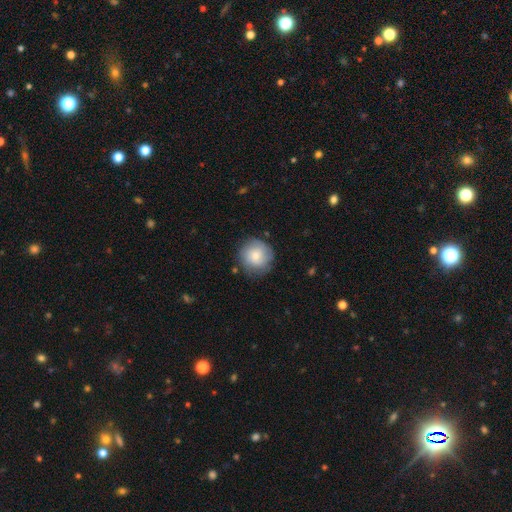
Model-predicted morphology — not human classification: smooth-or-featured: smooth: 69% | featured or disk: 24% | star or artifact: 7%
  how-rounded: round: 92% | in between: 7% | cigar-shaped: 1%
  merging: none: 77% | minor disturbance: 17% | major disturbance: 5% | merger: 2%